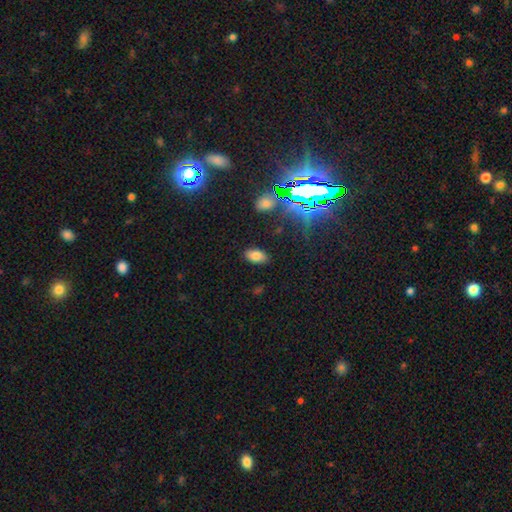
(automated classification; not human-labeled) Smooth or featured? Predicted: smooth (p=0.75). How rounded? Predicted: in between (p=0.93). Merging? Predicted: none (p=0.86).